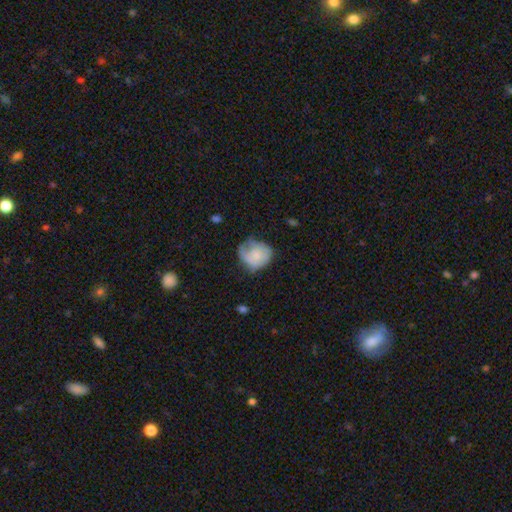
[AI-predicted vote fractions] Smooth or featured: smooth — 57% (featured or disk — 36%)
How rounded: round — 71% (in between — 28%)
Merging: none — 43% (minor disturbance — 33%)